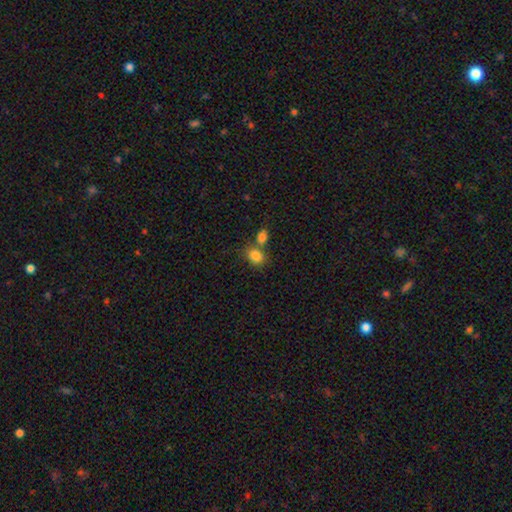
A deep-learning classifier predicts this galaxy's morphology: Smooth or featured? Predicted: smooth (p=0.83). How rounded? Predicted: in between (p=0.61). Merging? Predicted: none (p=0.47).